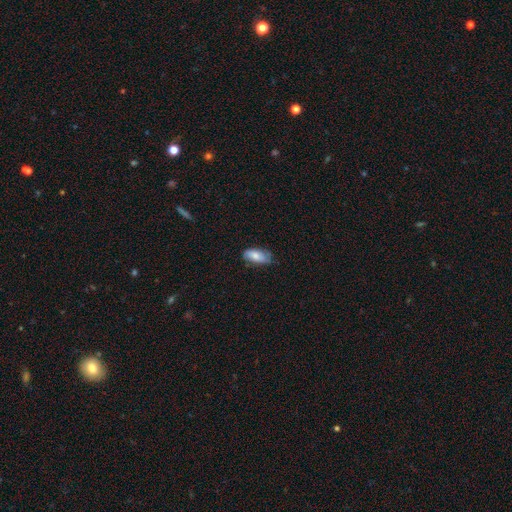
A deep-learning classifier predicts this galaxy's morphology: Smooth or featured? Predicted: smooth (p=0.76). How rounded? Predicted: in between (p=0.88). Merging? Predicted: none (p=0.64).